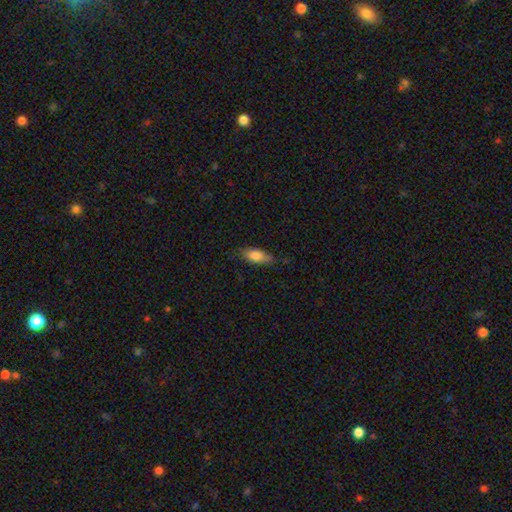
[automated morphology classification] Q: Smooth or featured?
A: smooth (80%); runner-up: featured or disk (13%)
Q: How rounded?
A: in between (78%); runner-up: cigar-shaped (20%)
Q: Merging?
A: none (71%); runner-up: minor disturbance (23%)